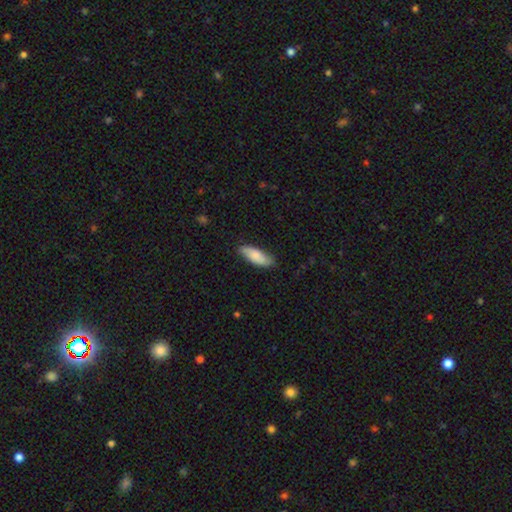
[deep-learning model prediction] This appears to be a smooth galaxy with no disk features (80%) that is in between round and cigar-shaped (67%). Merging: none (82%).